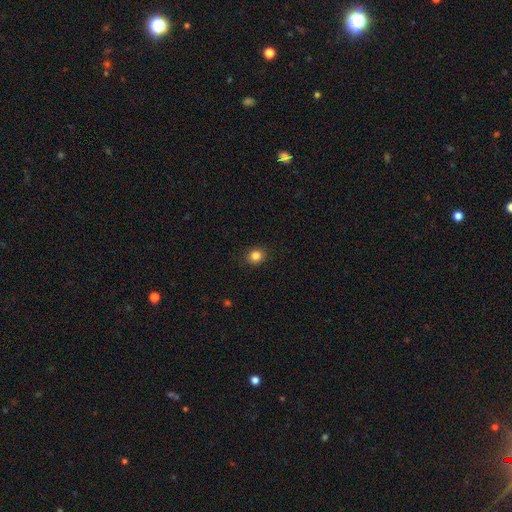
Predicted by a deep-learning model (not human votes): Smooth or featured?
  - smooth: 84% *
  - star or artifact: 11%
  - featured or disk: 5%
How rounded?
  - round: 75% *
  - in between: 24%
  - cigar-shaped: 1%
Merging?
  - none: 90% *
  - minor disturbance: 7%
  - major disturbance: 2%
  - merger: 1%